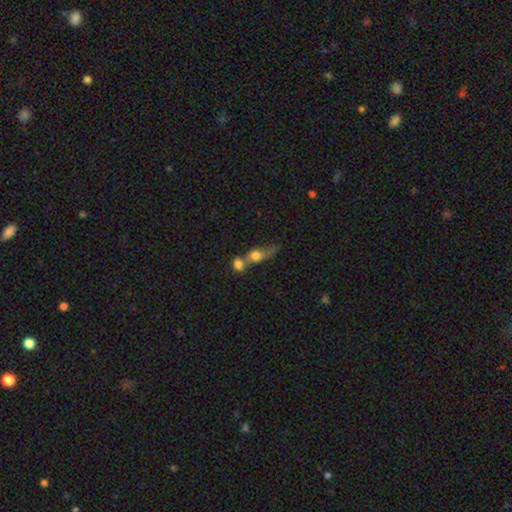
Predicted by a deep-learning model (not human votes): This appears to be a smooth galaxy with no disk features (70%) that is round (46%). Merging: merger (70%).